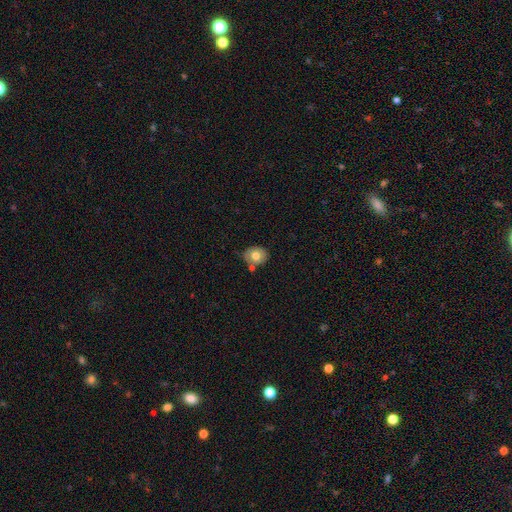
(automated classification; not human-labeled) smooth-or-featured: smooth: 66% | featured or disk: 26% | star or artifact: 8%
  how-rounded: round: 59% | in between: 40% | cigar-shaped: 1%
  merging: none: 65% | minor disturbance: 18% | merger: 13% | major disturbance: 4%